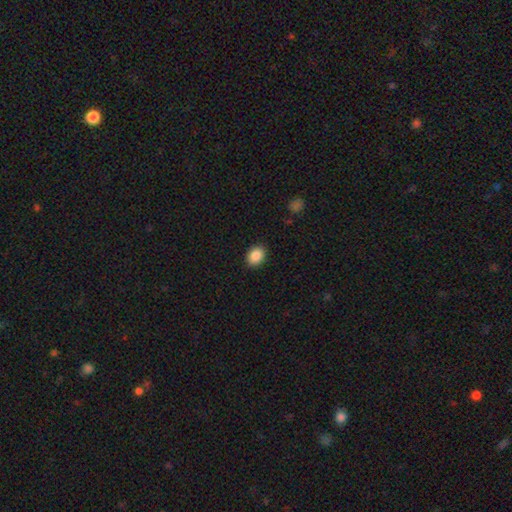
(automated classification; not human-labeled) Smooth or featured?
  - smooth: 89% *
  - star or artifact: 8%
  - featured or disk: 3%
How rounded?
  - in between: 68% *
  - round: 31%
  - cigar-shaped: 1%
Merging?
  - none: 89% *
  - minor disturbance: 8%
  - major disturbance: 2%
  - merger: 1%